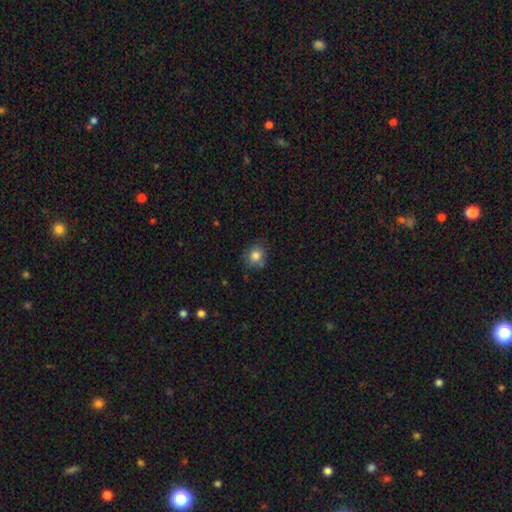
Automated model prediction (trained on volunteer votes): The model was most divided on "how rounded": round: 75%, in between: 24%, cigar-shaped: 1%. More confident: smooth or featured — smooth (81%); merging — none (75%).